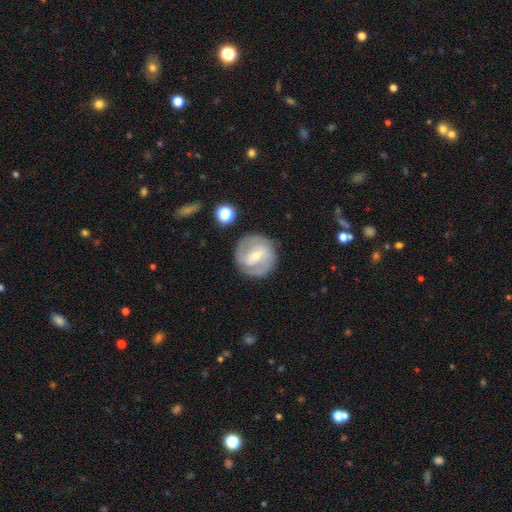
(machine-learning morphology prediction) Smooth or featured? Predicted: featured or disk (p=0.79). Edge-on disk? Predicted: no (p=0.97). Bar? Predicted: weak (p=0.50). Spiral arms? Predicted: yes (p=0.93). Spiral winding? Predicted: tight (p=0.51). Spiral arm count? Predicted: 2 (p=0.63). Bulge size? Predicted: small (p=0.53). Merging? Predicted: none (p=0.82).